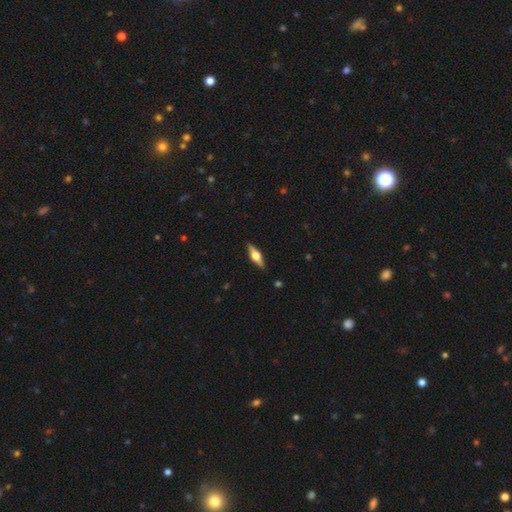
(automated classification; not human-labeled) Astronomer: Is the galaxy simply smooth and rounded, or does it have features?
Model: featured or disk — 66%.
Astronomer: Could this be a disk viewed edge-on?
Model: yes — 96%.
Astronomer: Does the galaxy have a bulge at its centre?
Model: rounded — 95%.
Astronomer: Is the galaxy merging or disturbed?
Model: none — 90%.